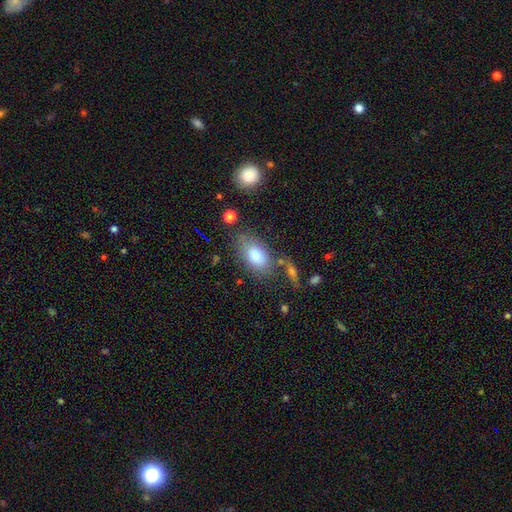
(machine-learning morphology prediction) Smooth or featured: smooth — 78% (featured or disk — 14%)
How rounded: in between — 90% (round — 8%)
Merging: none — 69% (minor disturbance — 18%)